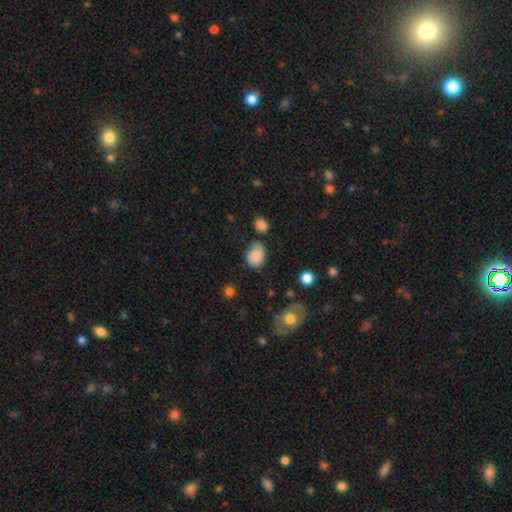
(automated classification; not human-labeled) Smooth or featured?
  - smooth: 81% *
  - featured or disk: 10%
  - star or artifact: 9%
How rounded?
  - in between: 67% *
  - round: 32%
  - cigar-shaped: 1%
Merging?
  - none: 53% *
  - minor disturbance: 31%
  - major disturbance: 9%
  - merger: 7%